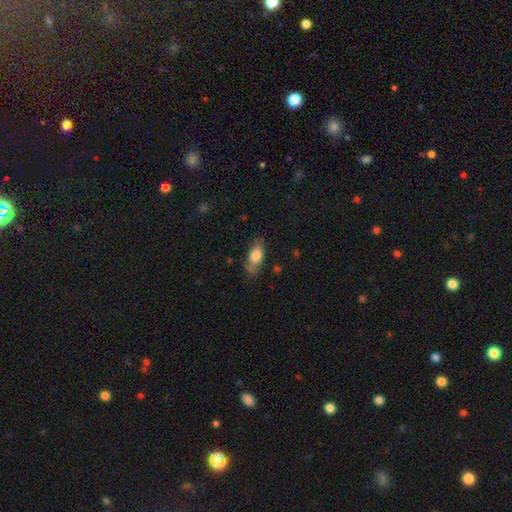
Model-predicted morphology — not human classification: A smooth galaxy with no disk features (77%) that is in between round and cigar-shaped (83%). Merging: none (65%).